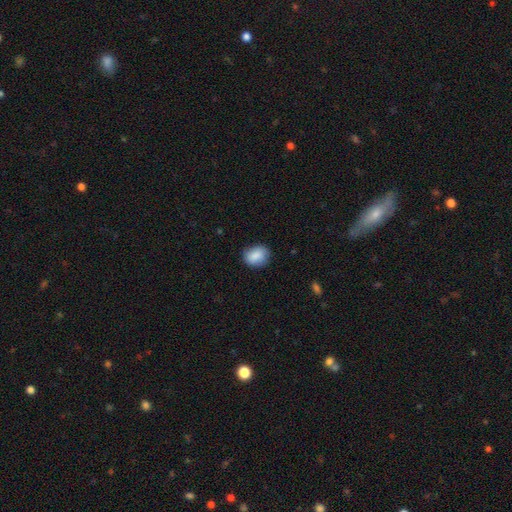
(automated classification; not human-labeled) A smooth galaxy with no disk features (88%) that is in between round and cigar-shaped (52%).

Vote fractions:
- Smooth or featured? smooth: 88% / star or artifact: 7% / featured or disk: 5%
- How rounded? in between: 52% / round: 47% / cigar-shaped: 1%
- Merging? none: 80% / minor disturbance: 16% / major disturbance: 3% / merger: 1%